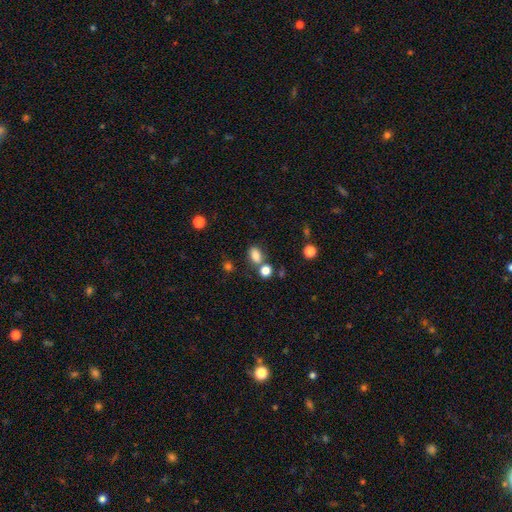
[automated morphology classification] smooth_or_featured: smooth (p=0.80) [alt: star or artifact p=0.13]
how_rounded: in between (p=0.76) [alt: round p=0.23]
merging: none (p=0.63) [alt: merger p=0.20]